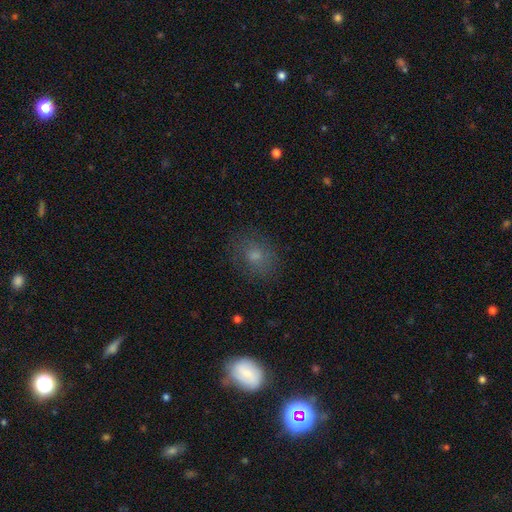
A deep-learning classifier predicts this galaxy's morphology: This is likely a smooth galaxy (67%). How rounded: possibly round (51%). Merging: likely none (76%).